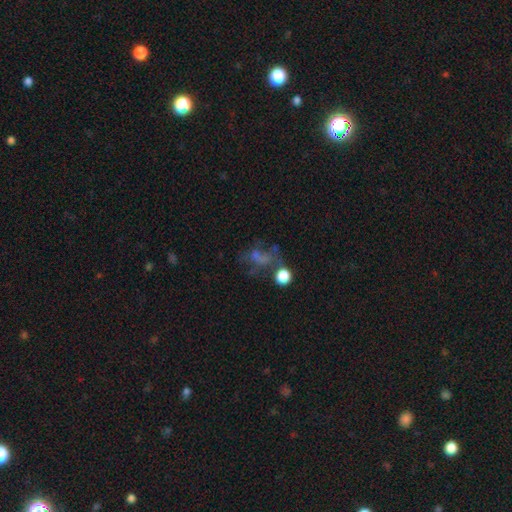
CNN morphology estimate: A smooth galaxy with no disk features (36%). Merging: none (38%).